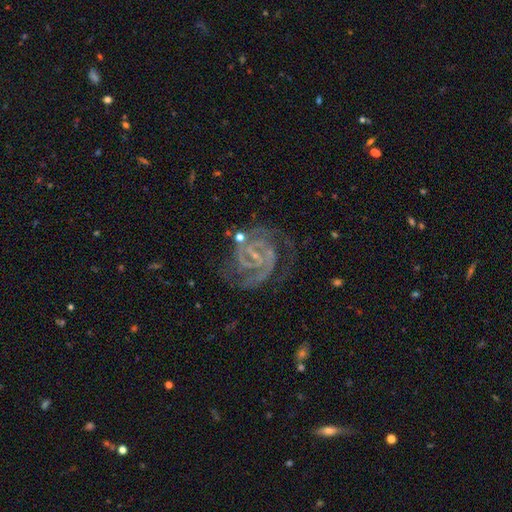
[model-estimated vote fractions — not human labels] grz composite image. It shows a featured or disk galaxy (89%) with a weak bar (45%), 2 (61%) tight (52%) spiral arms (98%) and a small central bulge (67%). Merging: none (66%).